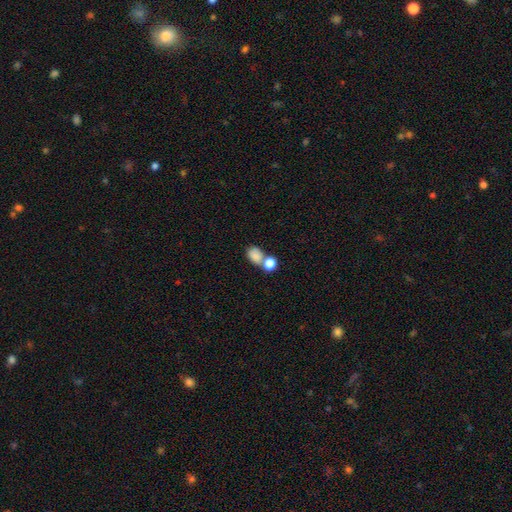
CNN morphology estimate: smooth 82%, star or artifact 10%, featured or disk 8%. Down the decision tree: how rounded — in between (65%); merging — merger (46%).